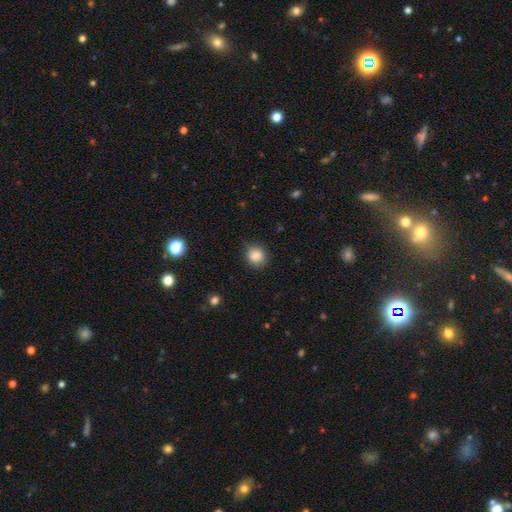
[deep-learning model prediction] Morphology: type=smooth (87%); roundness=round (80%); merging=none (80%).